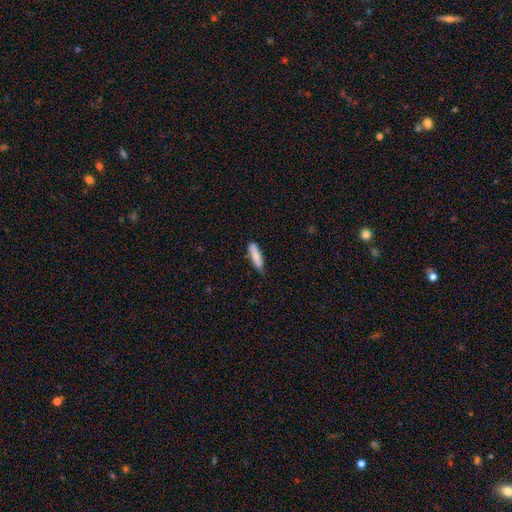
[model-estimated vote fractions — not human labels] smooth-or-featured: smooth: 83% | featured or disk: 12% | star or artifact: 6%
  how-rounded: cigar-shaped: 67% | in between: 31% | round: 2%
  merging: none: 71% | minor disturbance: 23% | major disturbance: 4% | merger: 2%